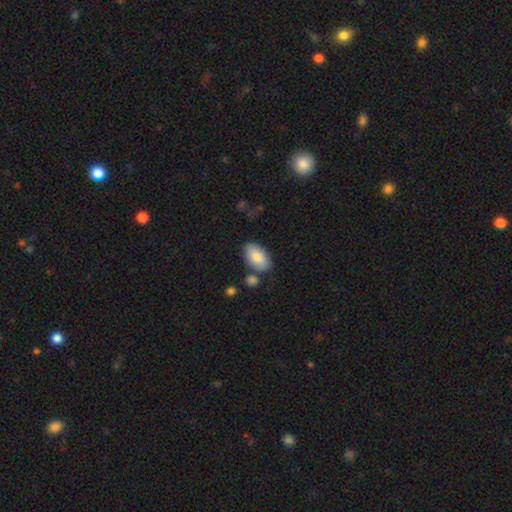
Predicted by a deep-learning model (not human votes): Overall: smooth (84%). How rounded: in between (94%). Merging: none (72%).